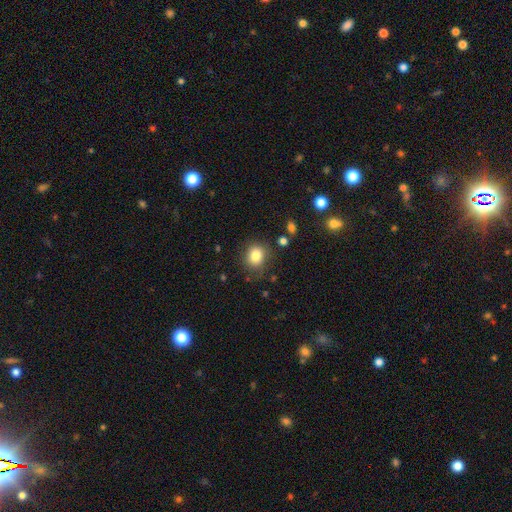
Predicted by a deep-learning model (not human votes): This is clearly a smooth galaxy (83%). How rounded: likely round (75%). Merging: likely none (79%).